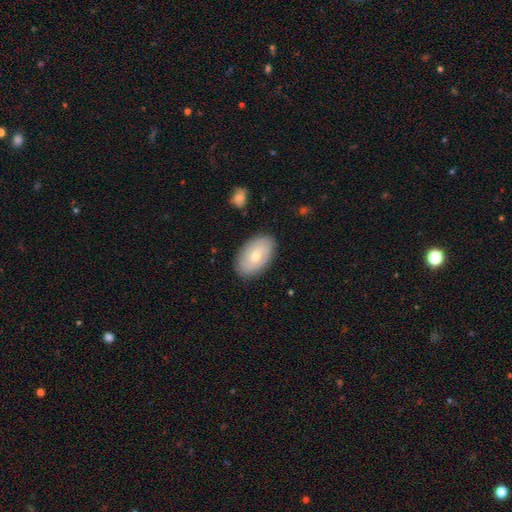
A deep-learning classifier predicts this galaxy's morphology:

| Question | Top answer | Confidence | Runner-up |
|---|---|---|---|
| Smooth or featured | smooth | 52% | featured or disk (42%) |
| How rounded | in between | 93% | round (6%) |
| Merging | none | 85% | minor disturbance (11%) |